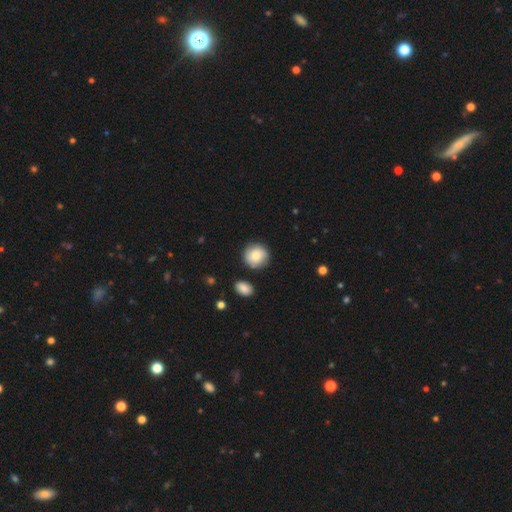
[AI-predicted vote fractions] A smooth galaxy with no disk features (76%) that is round (92%).

Vote fractions:
- Smooth or featured? smooth: 76% / featured or disk: 17% / star or artifact: 8%
- How rounded? round: 92% / in between: 7% / cigar-shaped: 1%
- Merging? none: 82% / minor disturbance: 12% / merger: 4% / major disturbance: 3%